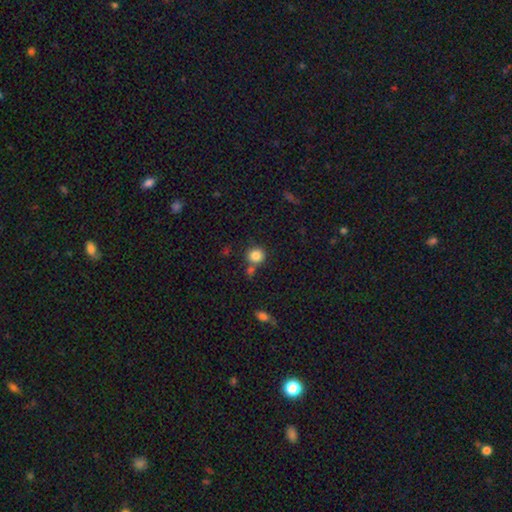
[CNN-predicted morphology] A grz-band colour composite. It shows a smooth galaxy with no disk features (85%) that is round (89%). Merging: none (69%).